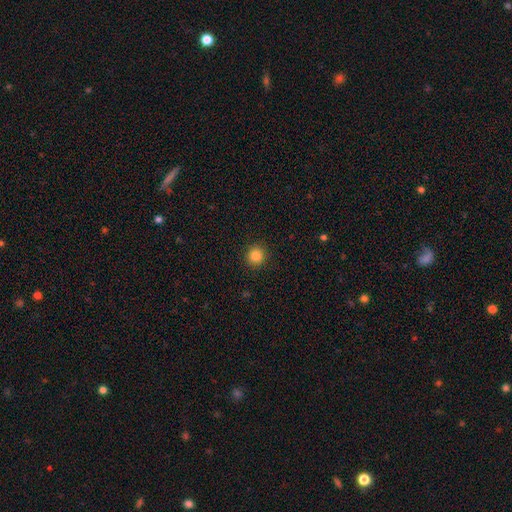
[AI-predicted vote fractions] This appears to be a smooth galaxy with no disk features (84%) that is round (92%). Merging: none (92%).